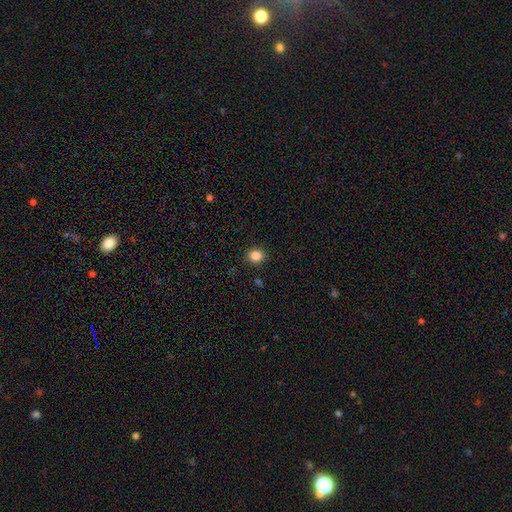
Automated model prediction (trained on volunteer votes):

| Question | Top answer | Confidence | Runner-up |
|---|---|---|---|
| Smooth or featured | smooth | 85% | star or artifact (11%) |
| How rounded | round | 76% | in between (24%) |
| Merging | none | 90% | minor disturbance (7%) |